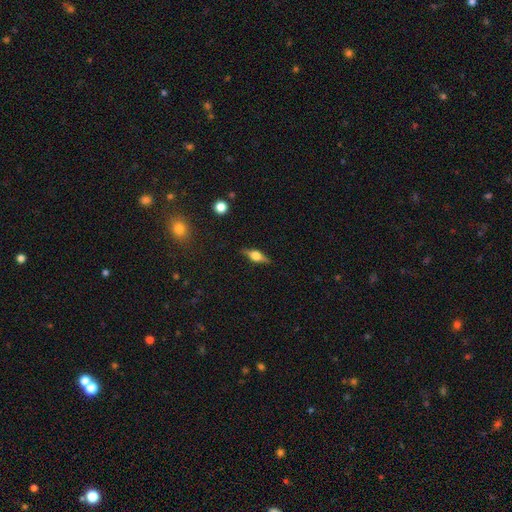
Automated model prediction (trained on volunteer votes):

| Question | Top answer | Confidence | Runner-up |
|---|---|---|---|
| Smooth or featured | featured or disk | 65% | smooth (27%) |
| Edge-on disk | yes | 96% | no (4%) |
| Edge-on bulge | rounded | 91% | boxy (7%) |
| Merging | none | 86% | minor disturbance (10%) |